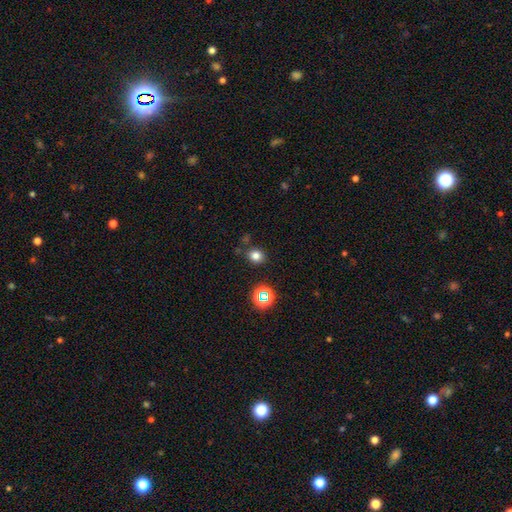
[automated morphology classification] This is likely a smooth galaxy (76%). How rounded: likely round (73%). Merging: clearly none (81%).